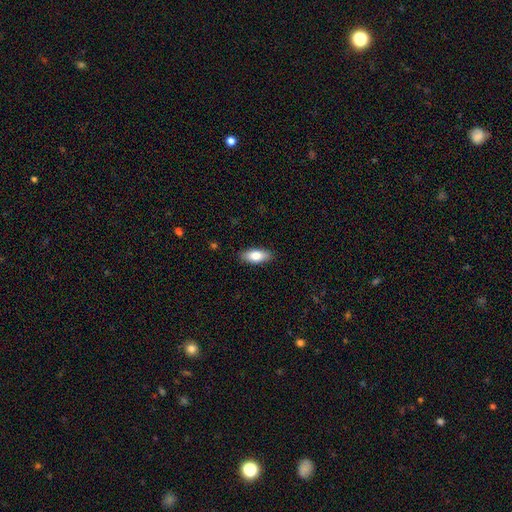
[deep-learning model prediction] A smooth galaxy with no disk features (82%) that is in between round and cigar-shaped (86%).

Vote fractions:
- Smooth or featured? smooth: 82% / featured or disk: 11% / star or artifact: 6%
- How rounded? in between: 86% / cigar-shaped: 12% / round: 3%
- Merging? none: 88% / minor disturbance: 9% / major disturbance: 2% / merger: 1%